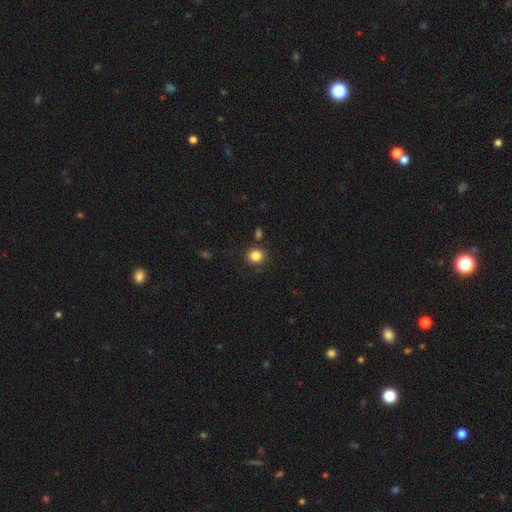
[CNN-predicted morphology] This appears to be a smooth galaxy with no disk features (84%) that is round (86%). Merging: none (85%).